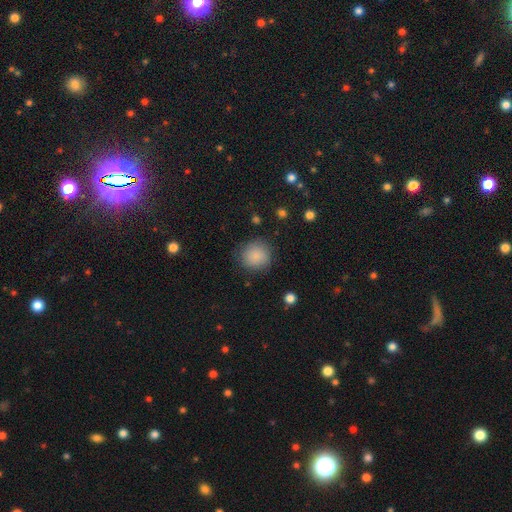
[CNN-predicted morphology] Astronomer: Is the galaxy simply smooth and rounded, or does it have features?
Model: smooth — 87%.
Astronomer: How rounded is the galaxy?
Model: round — 91%.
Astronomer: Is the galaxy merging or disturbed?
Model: none — 84%.